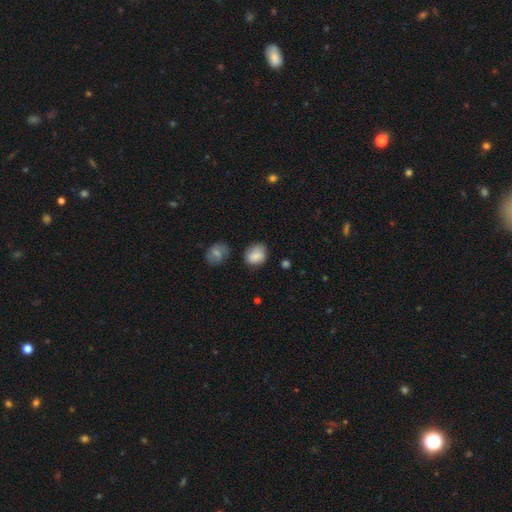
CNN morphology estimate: smooth-or-featured: smooth: 84% | star or artifact: 8% | featured or disk: 8%
  how-rounded: round: 52% | in between: 47% | cigar-shaped: 1%
  merging: none: 65% | minor disturbance: 26% | major disturbance: 6% | merger: 3%